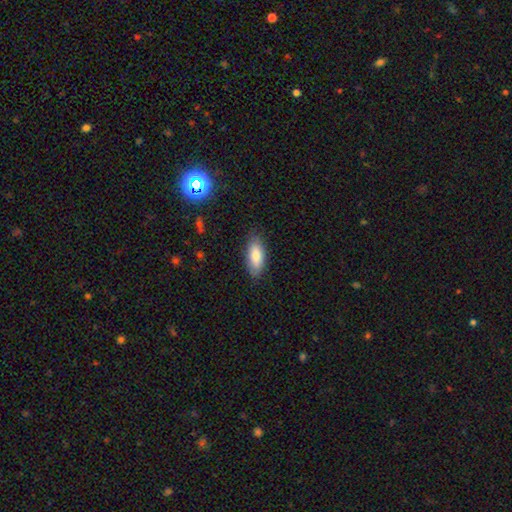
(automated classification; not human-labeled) Smooth or featured?
  - smooth: 80% *
  - featured or disk: 13%
  - star or artifact: 7%
How rounded?
  - in between: 82% *
  - cigar-shaped: 16%
  - round: 2%
Merging?
  - none: 83% *
  - minor disturbance: 13%
  - major disturbance: 3%
  - merger: 1%